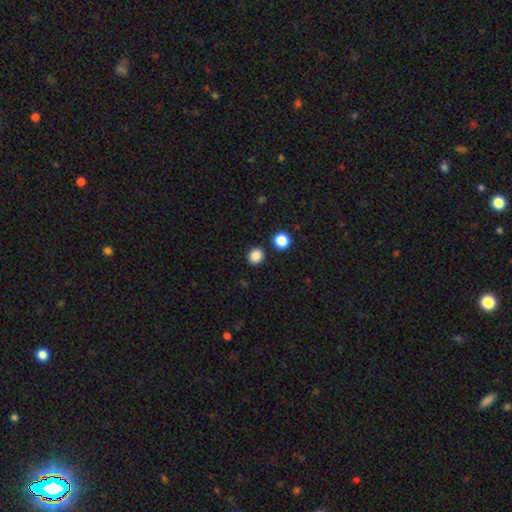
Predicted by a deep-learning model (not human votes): Q: Smooth or featured?
A: smooth (86%); runner-up: star or artifact (12%)
Q: How rounded?
A: round (88%); runner-up: in between (12%)
Q: Merging?
A: none (88%); runner-up: minor disturbance (6%)